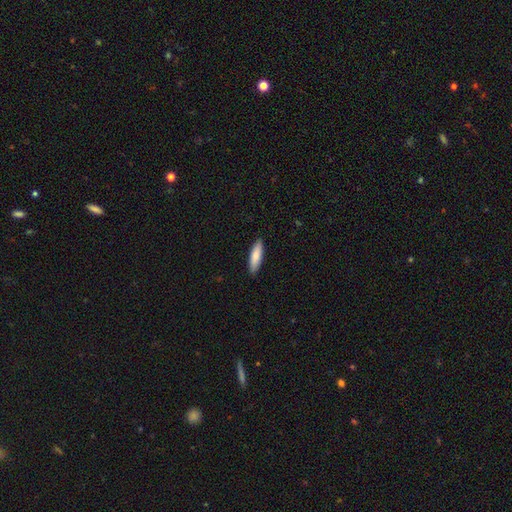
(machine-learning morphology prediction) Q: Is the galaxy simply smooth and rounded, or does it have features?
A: smooth — 84%.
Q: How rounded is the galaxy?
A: cigar-shaped — 61%.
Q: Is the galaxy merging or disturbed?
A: none — 90%.